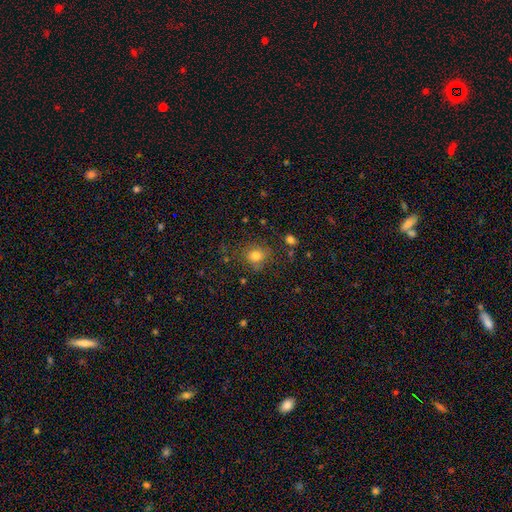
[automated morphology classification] A smooth galaxy with no disk features (78%) that is round (68%). Merging: none (71%).